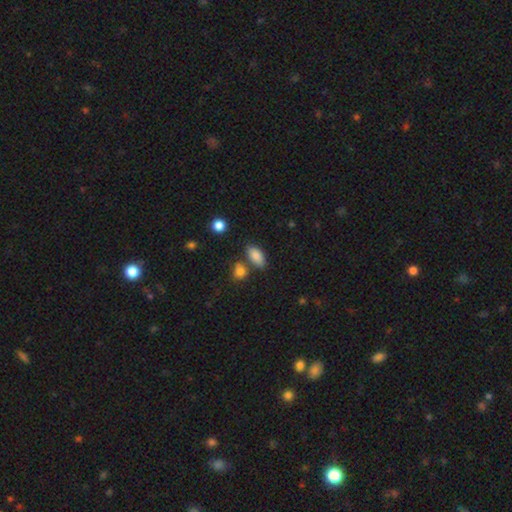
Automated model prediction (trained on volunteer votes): A smooth galaxy with no disk features (85%) that is in between round and cigar-shaped (88%). Merging: none (68%).